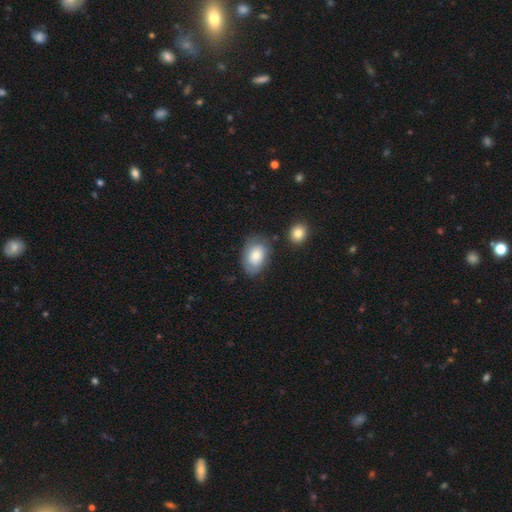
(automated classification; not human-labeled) A smooth galaxy with no disk features (76%) that is in between round and cigar-shaped (86%).

Vote fractions:
- Smooth or featured? smooth: 76% / featured or disk: 17% / star or artifact: 7%
- How rounded? in between: 86% / round: 13% / cigar-shaped: 1%
- Merging? none: 68% / minor disturbance: 21% / major disturbance: 6% / merger: 5%